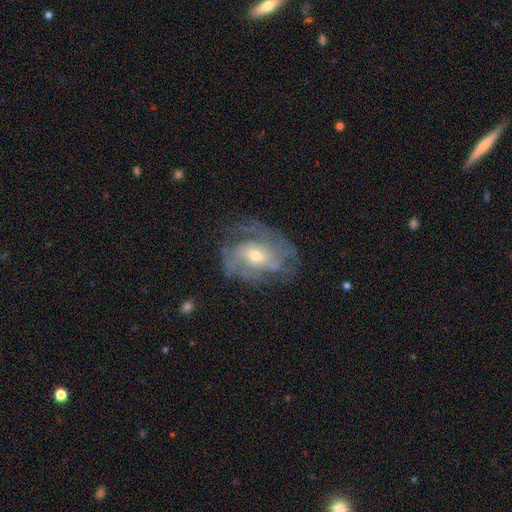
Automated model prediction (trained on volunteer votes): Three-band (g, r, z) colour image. It shows a featured or disk galaxy (79%) with no bar (68%), tight (44%) spiral arms (85%) and a small central bulge (53%). Merging: none (59%).